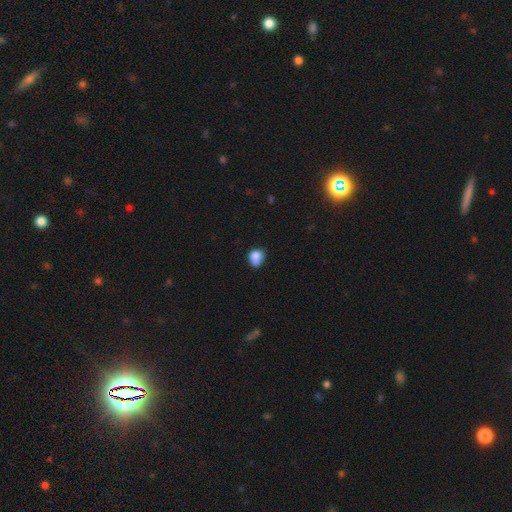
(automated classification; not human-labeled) Q: Smooth or featured?
A: smooth (83%); runner-up: star or artifact (10%)
Q: How rounded?
A: round (50%); runner-up: in between (48%)
Q: Merging?
A: none (52%); runner-up: minor disturbance (36%)